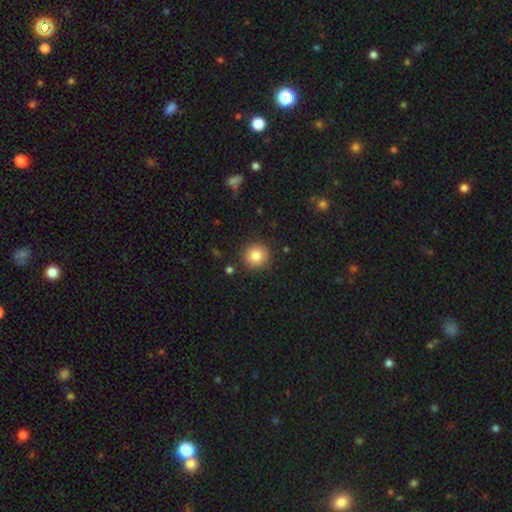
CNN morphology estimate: A smooth galaxy with no disk features (84%) that is round (94%).

Vote fractions:
- Smooth or featured? smooth: 84% / star or artifact: 10% / featured or disk: 6%
- How rounded? round: 94% / in between: 5% / cigar-shaped: 1%
- Merging? none: 89% / minor disturbance: 7% / major disturbance: 2% / merger: 2%